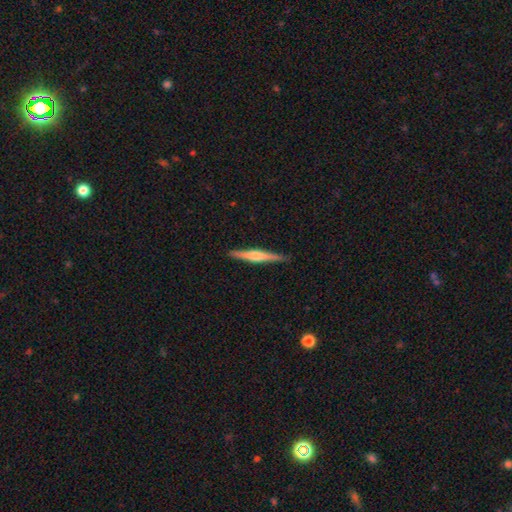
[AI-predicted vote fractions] A featured or disk galaxy (62%) viewed edge-on (98%) with a rounded central bulge (71%). Merging: none (90%).